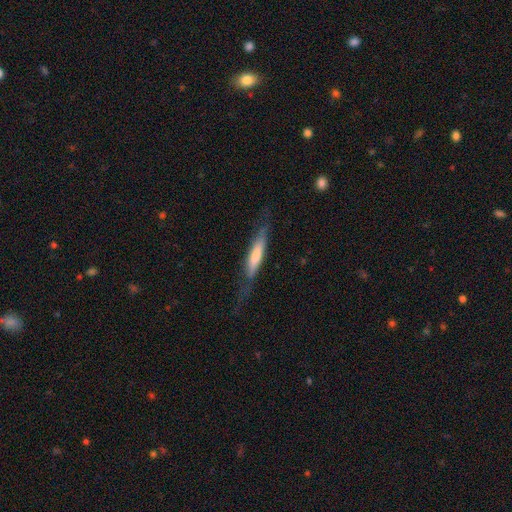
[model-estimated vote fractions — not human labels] Smooth or featured? featured or disk (50%)
Edge-on disk? yes (83%)
Merging? none (67%)